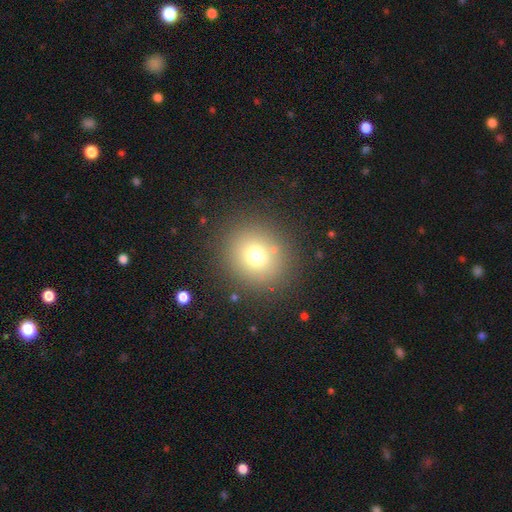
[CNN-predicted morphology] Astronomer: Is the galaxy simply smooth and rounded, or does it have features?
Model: smooth — 72%.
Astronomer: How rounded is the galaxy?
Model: round — 88%.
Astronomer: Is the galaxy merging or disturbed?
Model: none — 86%.